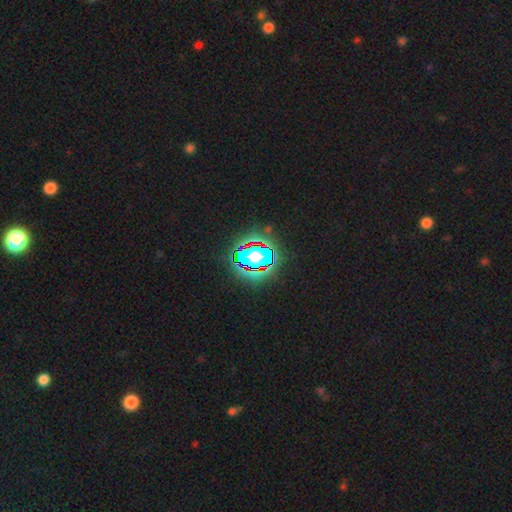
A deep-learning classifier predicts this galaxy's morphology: Smooth or featured: star or artifact — 60% (smooth — 22%)